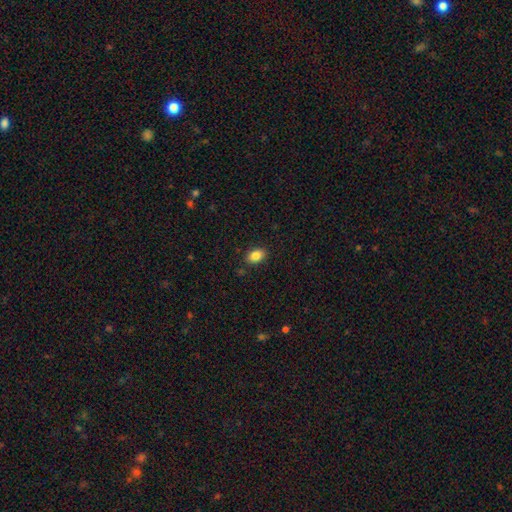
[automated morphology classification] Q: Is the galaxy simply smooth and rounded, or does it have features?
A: smooth — 85%.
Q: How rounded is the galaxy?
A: in between — 85%.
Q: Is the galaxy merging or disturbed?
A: none — 87%.